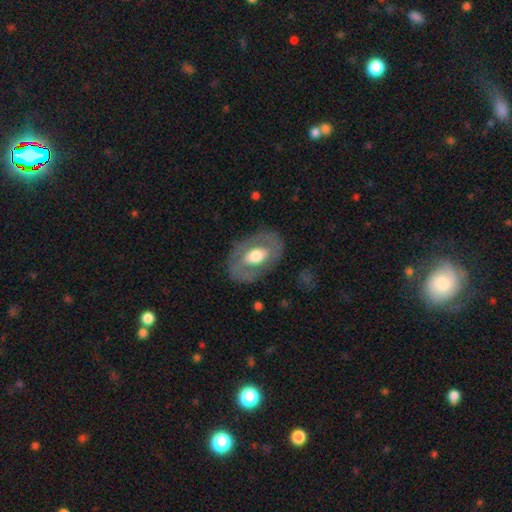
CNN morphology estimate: Smooth or featured? Predicted: featured or disk (p=0.52). Edge-on disk? Predicted: no (p=0.91). Merging? Predicted: none (p=0.78).